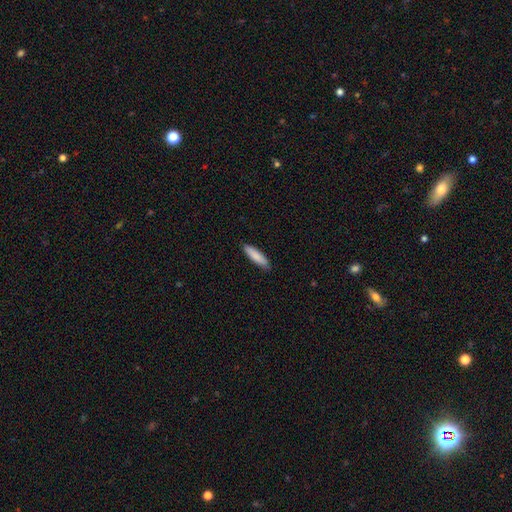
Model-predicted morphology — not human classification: Smooth or featured: smooth — 86% (featured or disk — 8%)
How rounded: cigar-shaped — 71% (in between — 28%)
Merging: none — 89% (minor disturbance — 9%)